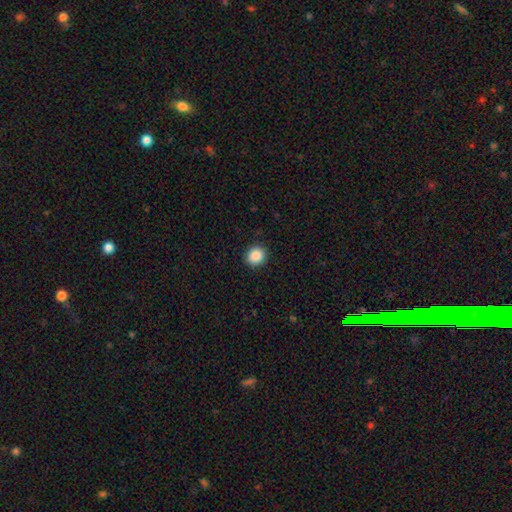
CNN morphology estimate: type=smooth (88%); roundness=round (86%); merging=none (92%).